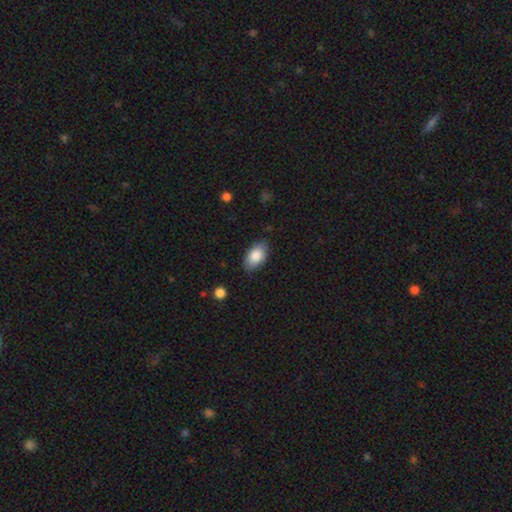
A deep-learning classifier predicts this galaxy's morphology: Overall: smooth (85%). How rounded: in between (93%). Merging: none (83%).